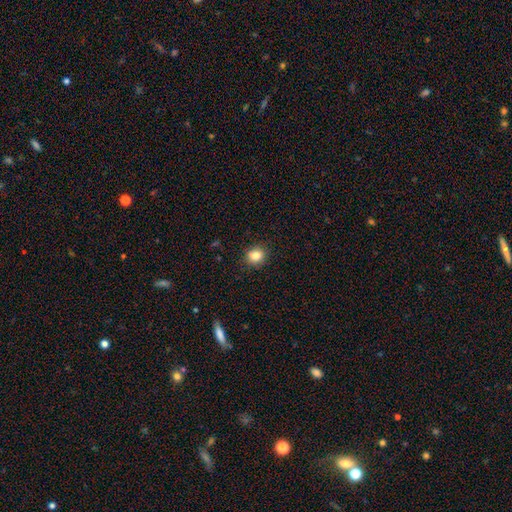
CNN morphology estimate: Smooth or featured?
  - smooth: 82% *
  - star or artifact: 11%
  - featured or disk: 7%
How rounded?
  - round: 77% *
  - in between: 22%
  - cigar-shaped: 1%
Merging?
  - none: 88% *
  - minor disturbance: 9%
  - major disturbance: 2%
  - merger: 1%